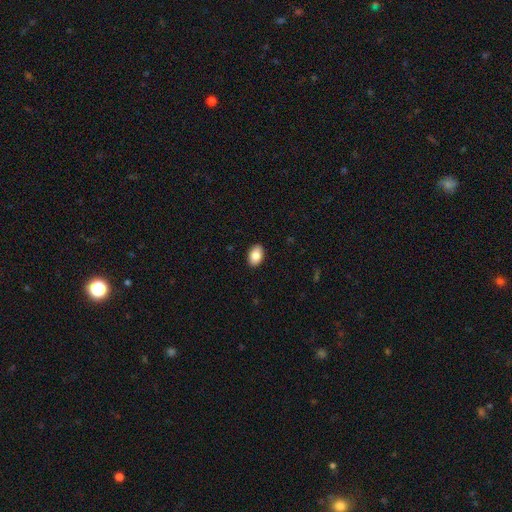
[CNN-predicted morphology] A smooth galaxy with no disk features (87%) that is in between round and cigar-shaped (90%). Merging: none (90%).